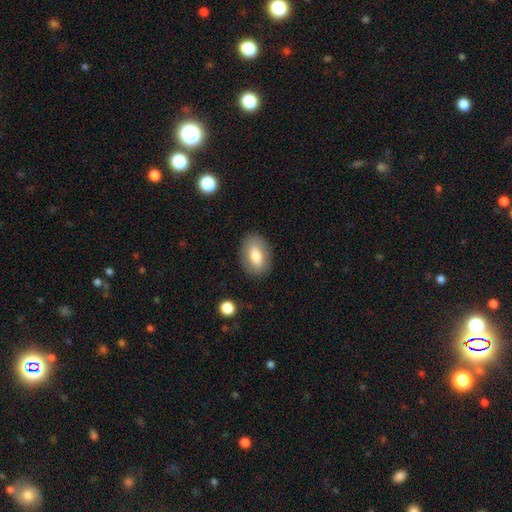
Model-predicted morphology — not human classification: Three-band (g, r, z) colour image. It shows a smooth galaxy with no disk features (74%) that is in between round and cigar-shaped (89%). Merging: none (85%).